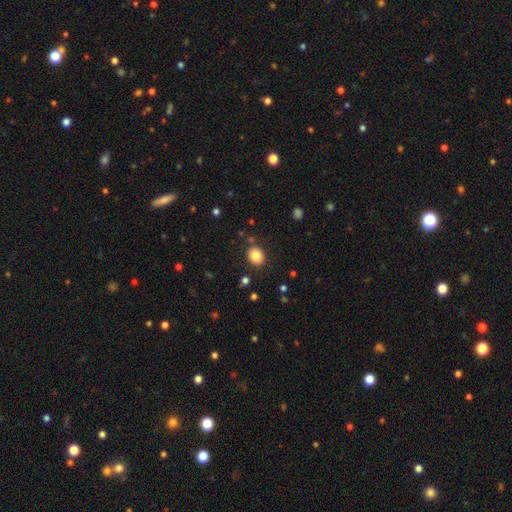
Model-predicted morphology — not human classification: Overall: smooth (84%). How rounded: round (64%; in between 36%). Merging: none (86%).